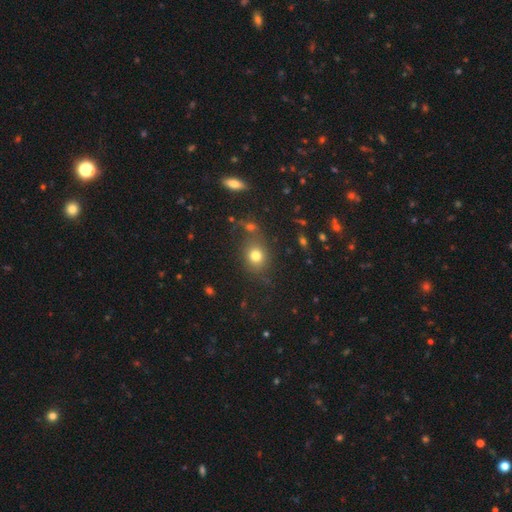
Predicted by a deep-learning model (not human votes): A smooth galaxy with no disk features (76%) that is round (65%).

Vote fractions:
- Smooth or featured? smooth: 76% / star or artifact: 15% / featured or disk: 9%
- How rounded? round: 65% / in between: 34% / cigar-shaped: 1%
- Merging? none: 69% / minor disturbance: 14% / merger: 10% / major disturbance: 7%